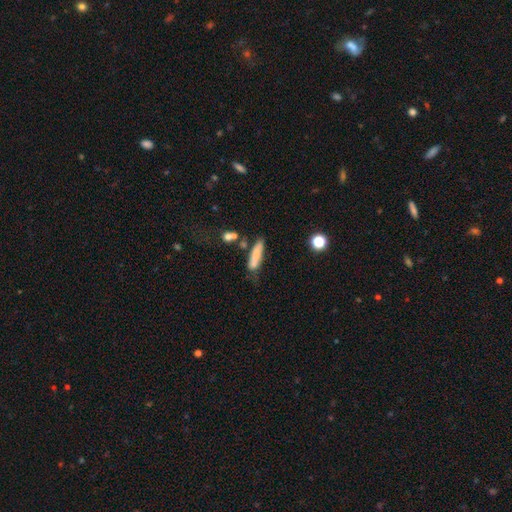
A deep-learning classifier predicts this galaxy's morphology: Smooth or featured: smooth — 74% (featured or disk — 18%)
How rounded: cigar-shaped — 76% (in between — 22%)
Merging: none — 55% (minor disturbance — 25%)